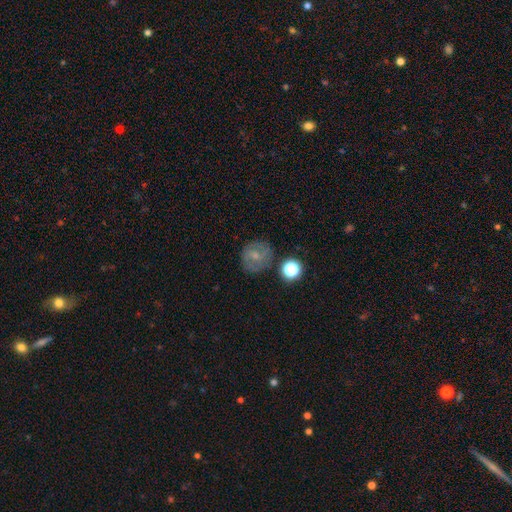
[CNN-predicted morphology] Smooth or featured: smooth — 55% (featured or disk — 33%)
How rounded: round — 85% (in between — 14%)
Merging: none — 74% (minor disturbance — 15%)